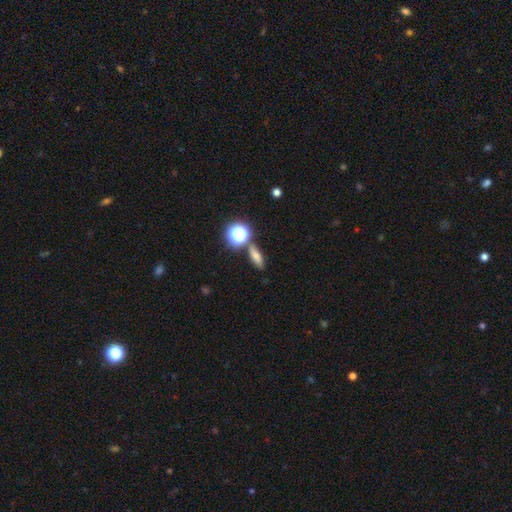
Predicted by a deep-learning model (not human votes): smooth 64%, star or artifact 21%, featured or disk 15%. Down the decision tree: how rounded — in between (48%); merging — none (75%).